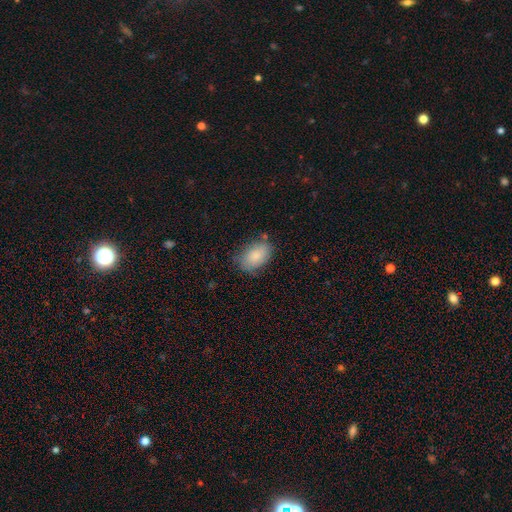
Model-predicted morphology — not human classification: A smooth galaxy with no disk features (85%) that is in between round and cigar-shaped (92%). Merging: none (73%).